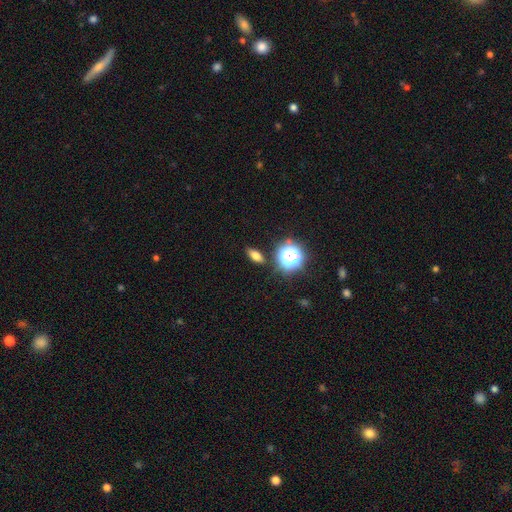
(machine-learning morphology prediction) A smooth galaxy with no disk features (66%) that is in between round and cigar-shaped (67%).

Vote fractions:
- Smooth or featured? smooth: 66% / star or artifact: 19% / featured or disk: 15%
- How rounded? in between: 67% / cigar-shaped: 17% / round: 16%
- Merging? none: 86% / minor disturbance: 9% / merger: 3% / major disturbance: 2%